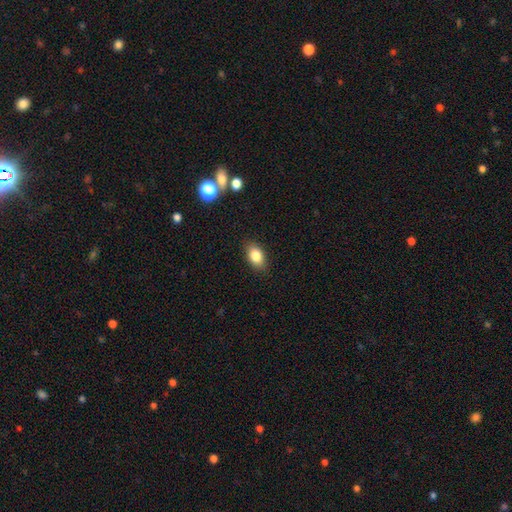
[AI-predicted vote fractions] This appears to be a smooth galaxy with no disk features (83%) that is in between round and cigar-shaped (85%). Merging: none (86%).